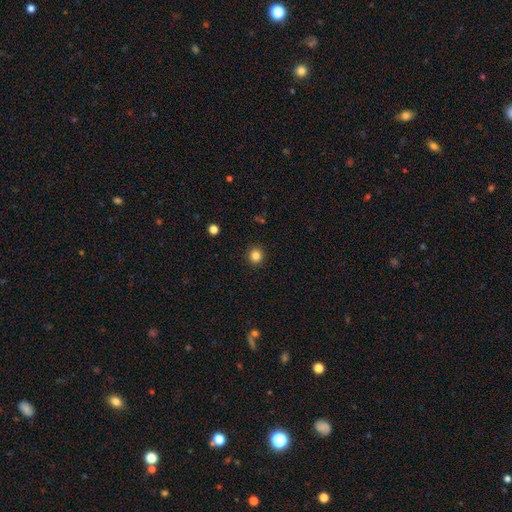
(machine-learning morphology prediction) Smooth or featured: smooth — 83% (star or artifact — 12%)
How rounded: round — 91% (in between — 8%)
Merging: none — 92% (minor disturbance — 5%)